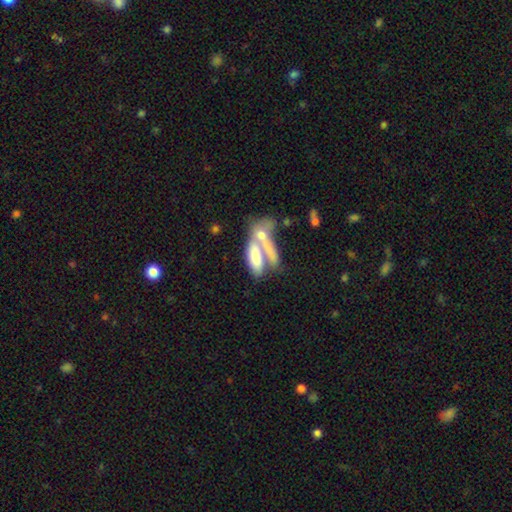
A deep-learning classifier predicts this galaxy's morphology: smooth-or-featured: smooth: 63% | featured or disk: 28% | star or artifact: 9%
  how-rounded: in between: 61% | cigar-shaped: 36% | round: 4%
  merging: merger: 59% | none: 25% | minor disturbance: 8% | major disturbance: 7%